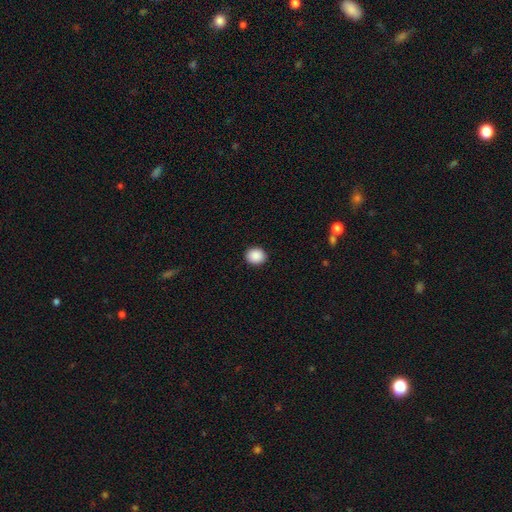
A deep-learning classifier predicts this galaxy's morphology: smooth-or-featured: smooth: 89% | star or artifact: 8% | featured or disk: 3%
  how-rounded: round: 71% | in between: 28% | cigar-shaped: 1%
  merging: none: 91% | minor disturbance: 6% | major disturbance: 2% | merger: 1%